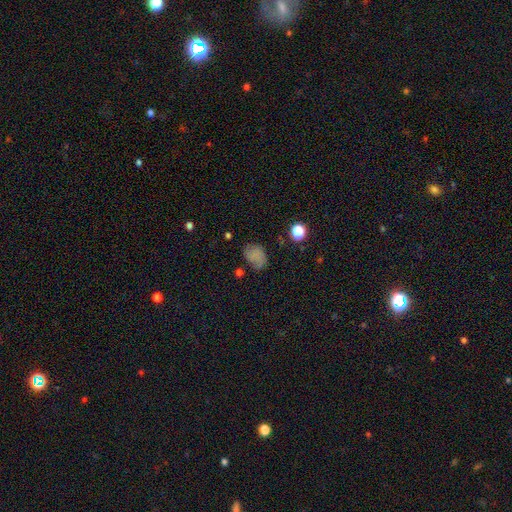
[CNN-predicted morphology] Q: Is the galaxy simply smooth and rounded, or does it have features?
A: smooth — 70%.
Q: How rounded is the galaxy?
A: in between — 67%.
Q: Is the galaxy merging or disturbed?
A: none — 59%.